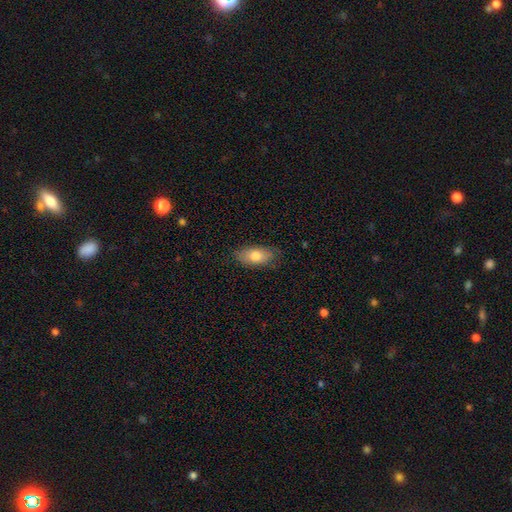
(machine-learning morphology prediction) The model was most divided on "smooth or featured": smooth: 76%, featured or disk: 17%, star or artifact: 7%. More confident: how rounded — in between (89%); merging — none (79%).